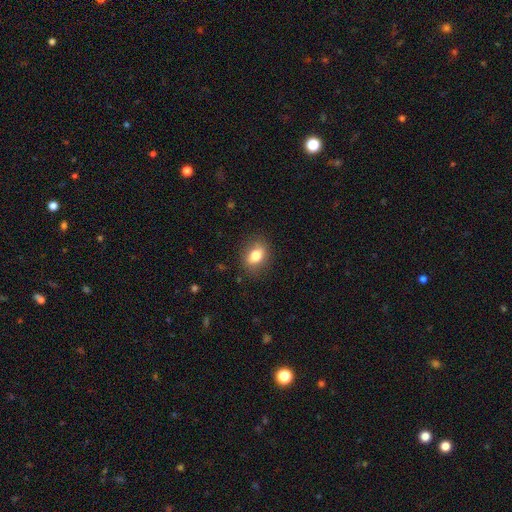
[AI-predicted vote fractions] Smooth or featured?
  - smooth: 81% *
  - featured or disk: 10%
  - star or artifact: 9%
How rounded?
  - in between: 72% *
  - round: 26%
  - cigar-shaped: 2%
Merging?
  - none: 84% *
  - minor disturbance: 12%
  - major disturbance: 3%
  - merger: 1%